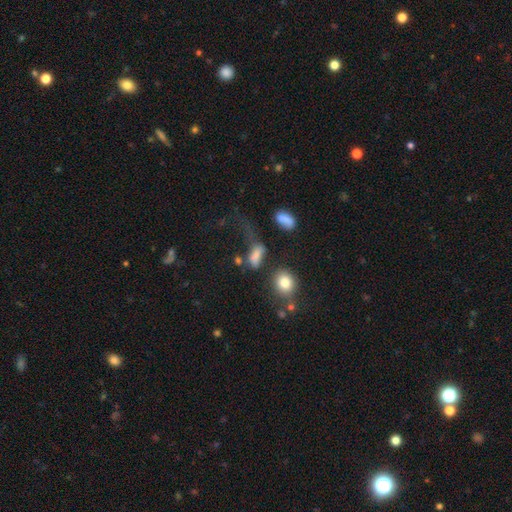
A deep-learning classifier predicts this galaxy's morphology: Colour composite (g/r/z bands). It shows a smooth galaxy with no disk features (70%) that is in between round and cigar-shaped (73%). Merging: major disturbance (37%).